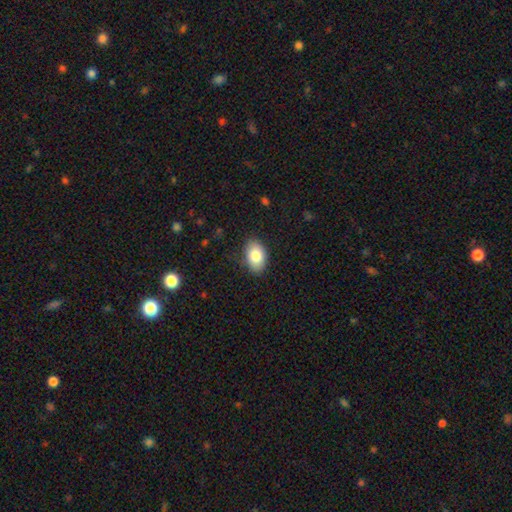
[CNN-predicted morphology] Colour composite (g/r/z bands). It shows a smooth galaxy with no disk features (82%) that is in between round and cigar-shaped (88%). Merging: none (86%).